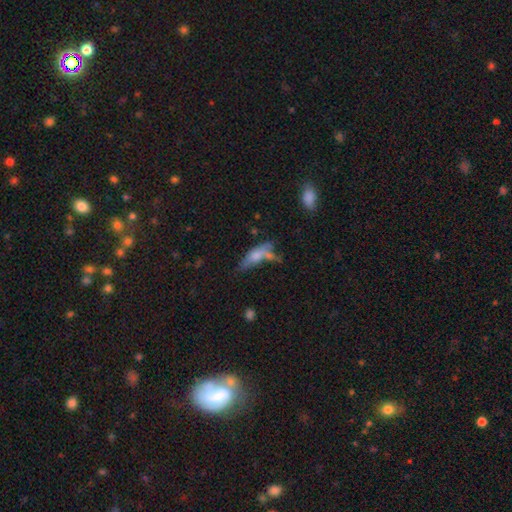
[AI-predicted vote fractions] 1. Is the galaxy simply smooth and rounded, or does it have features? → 60% smooth, 31% featured or disk, 10% star or artifact.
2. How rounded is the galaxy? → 49% cigar-shaped, 48% in between, 3% round.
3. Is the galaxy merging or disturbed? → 40% none, 23% minor disturbance, 22% merger, 15% major disturbance.